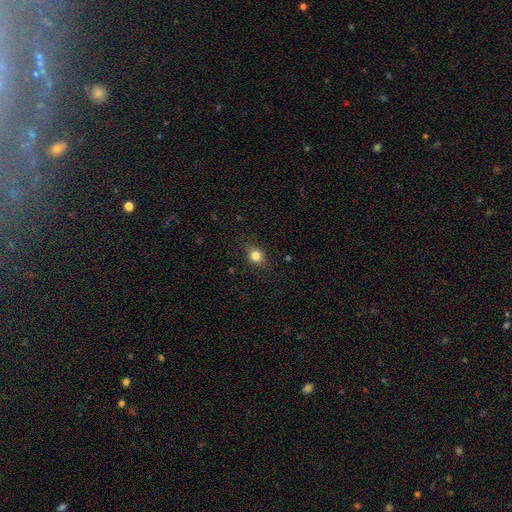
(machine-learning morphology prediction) type=smooth (81%); roundness=round (61%); merging=none (84%).